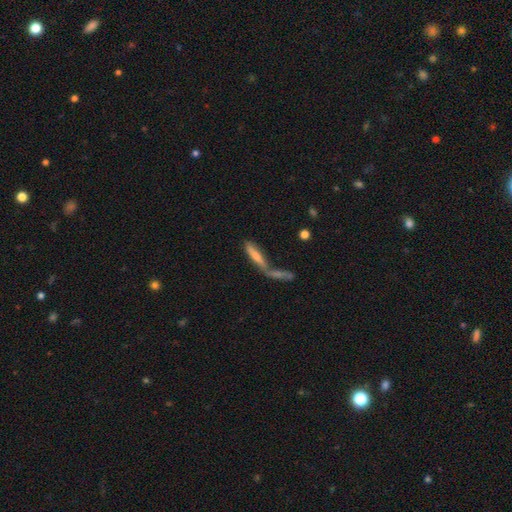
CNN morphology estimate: featured or disk 44%, smooth 43%, star or artifact 13%. Down the decision tree: merging — merger (50%).